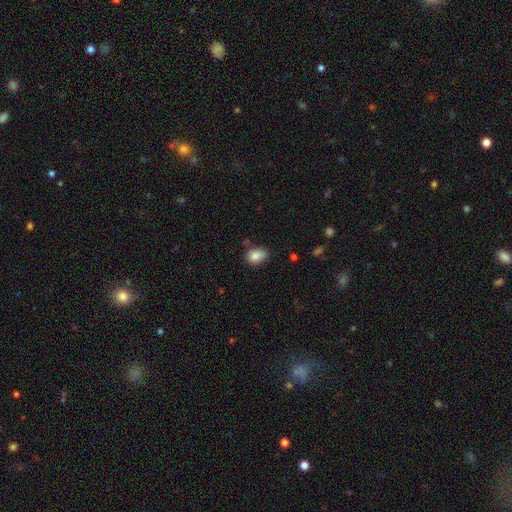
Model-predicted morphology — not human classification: Smooth or featured: smooth — 85% (star or artifact — 9%)
How rounded: in between — 76% (round — 23%)
Merging: none — 61% (minor disturbance — 29%)